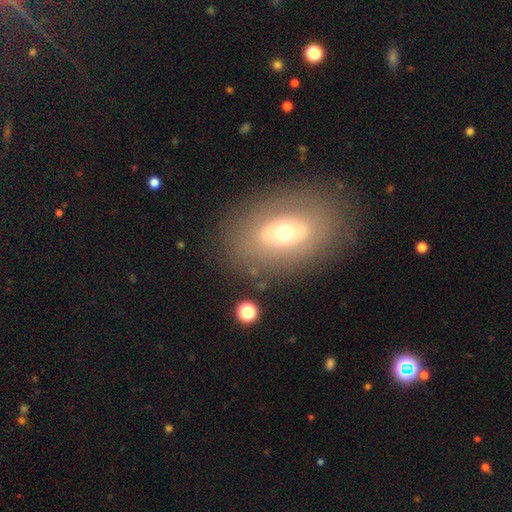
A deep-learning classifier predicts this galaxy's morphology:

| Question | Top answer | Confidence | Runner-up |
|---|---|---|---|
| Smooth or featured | smooth | 47% | featured or disk (42%) |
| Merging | none | 82% | minor disturbance (11%) |